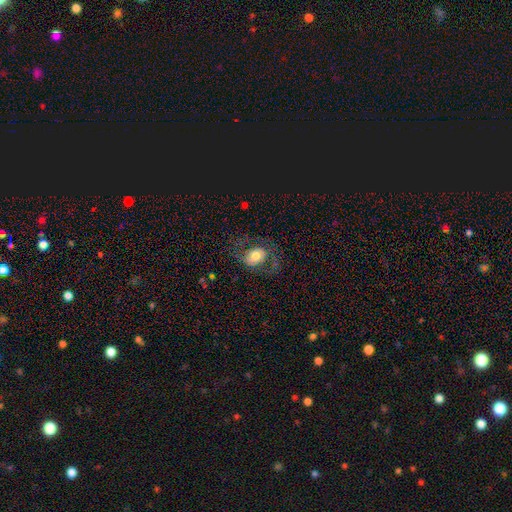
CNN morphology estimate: Smooth or featured? Predicted: smooth (p=0.48). Merging? Predicted: none (p=0.62).